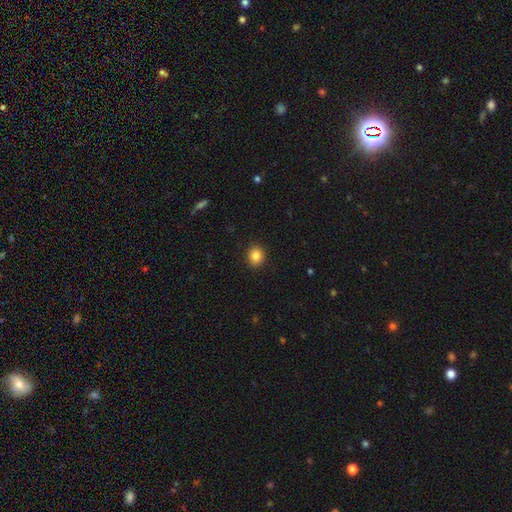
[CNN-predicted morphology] smooth 85%, star or artifact 10%, featured or disk 5%. Down the decision tree: how rounded — round (72%); merging — none (91%).